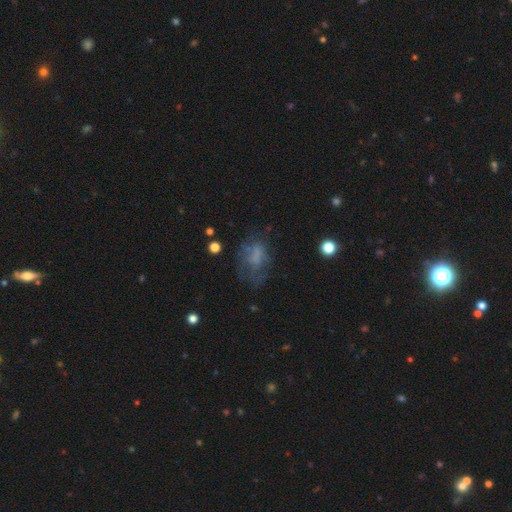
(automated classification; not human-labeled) A smooth galaxy with no disk features (49%).

Vote fractions:
- Smooth or featured? smooth: 49% / featured or disk: 34% / star or artifact: 17%
- Merging? none: 43% / major disturbance: 30% / minor disturbance: 23% / merger: 4%